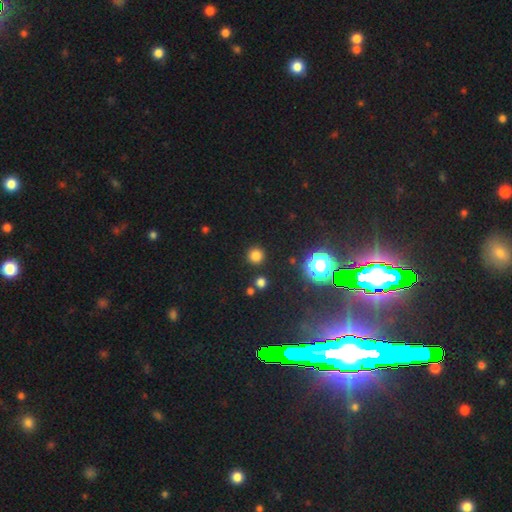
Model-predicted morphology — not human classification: Smooth or featured? Predicted: smooth (p=0.75). How rounded? Predicted: round (p=0.94). Merging? Predicted: none (p=0.88).